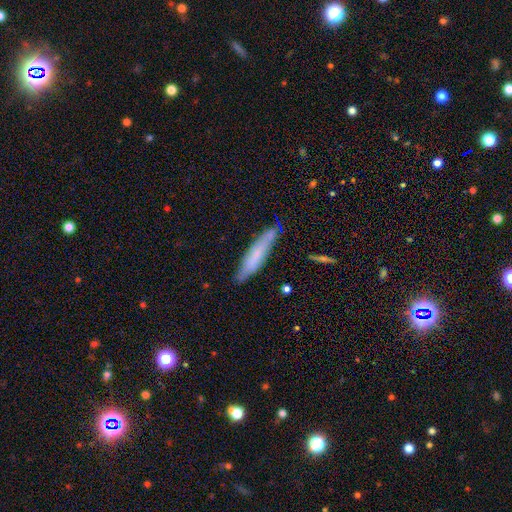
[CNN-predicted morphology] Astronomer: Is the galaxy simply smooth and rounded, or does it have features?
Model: smooth — 63%.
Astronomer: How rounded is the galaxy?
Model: cigar-shaped — 82%.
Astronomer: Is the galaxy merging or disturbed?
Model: none — 77%.